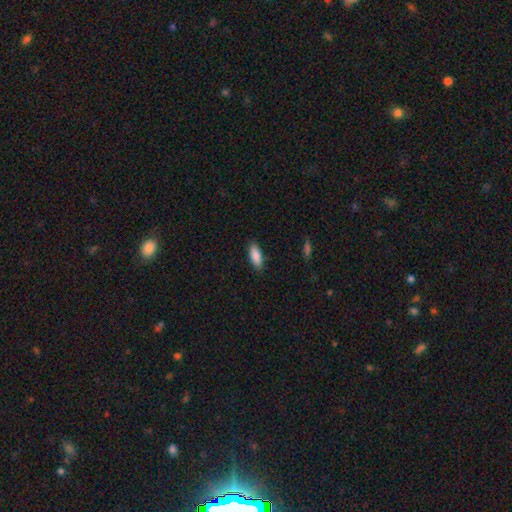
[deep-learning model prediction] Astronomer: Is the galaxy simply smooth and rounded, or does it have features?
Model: smooth — 87%.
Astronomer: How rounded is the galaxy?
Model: in between — 73%.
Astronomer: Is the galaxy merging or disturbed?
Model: none — 86%.